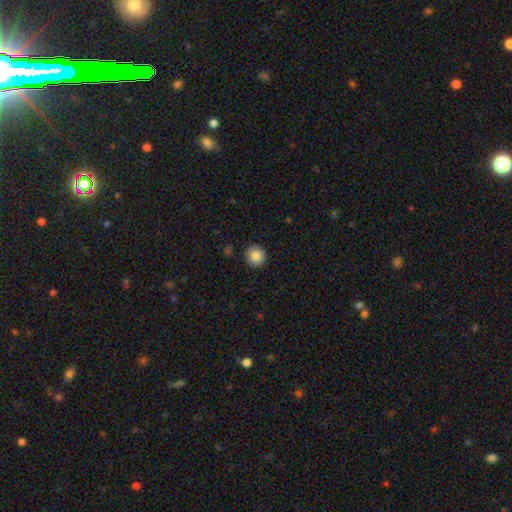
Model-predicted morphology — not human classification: smooth_or_featured: smooth (p=0.84) [alt: star or artifact p=0.08]
how_rounded: round (p=0.93) [alt: in between p=0.06]
merging: none (p=0.91) [alt: minor disturbance p=0.06]